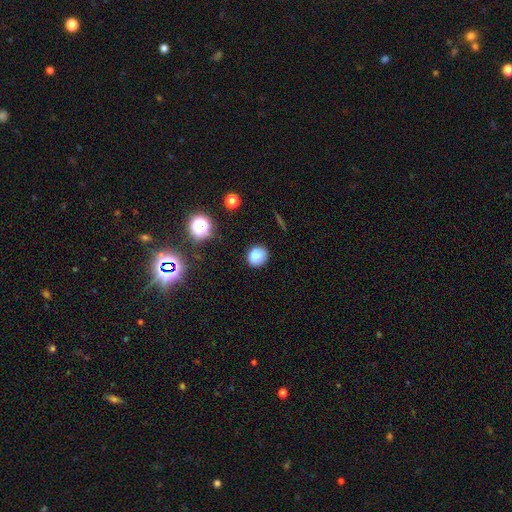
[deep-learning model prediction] This is clearly a smooth galaxy (81%). How rounded: likely round (74%). Merging: clearly none (80%).